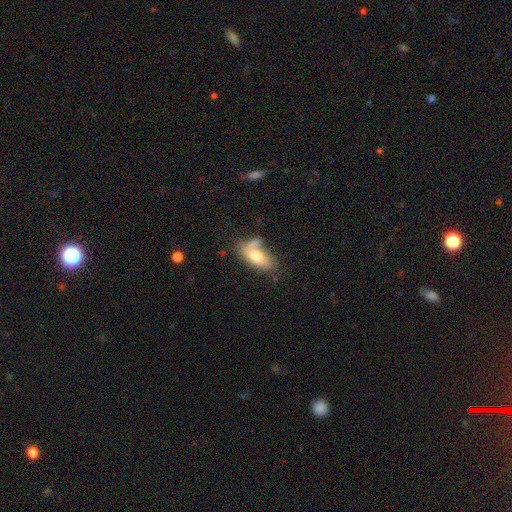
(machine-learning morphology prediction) Overall: smooth (70%). How rounded: in between (85%). Merging: none (42%; merger 24%).